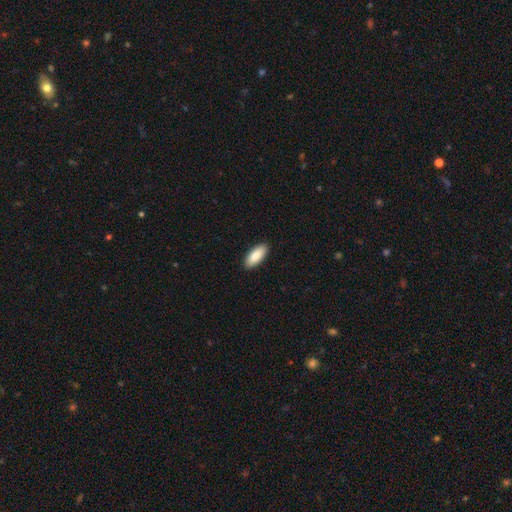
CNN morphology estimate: Overall: smooth (87%). How rounded: in between (84%). Merging: none (91%).